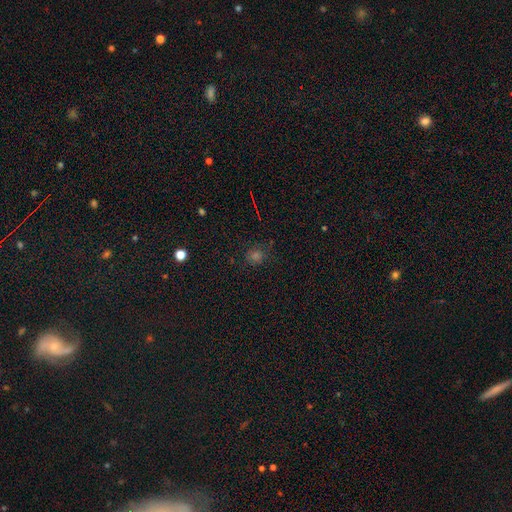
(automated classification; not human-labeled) A smooth galaxy with no disk features (55%) that is round (86%).

Vote fractions:
- Smooth or featured? smooth: 55% / star or artifact: 36% / featured or disk: 9%
- How rounded? round: 86% / in between: 13% / cigar-shaped: 1%
- Merging? none: 81% / minor disturbance: 12% / major disturbance: 6% / merger: 2%